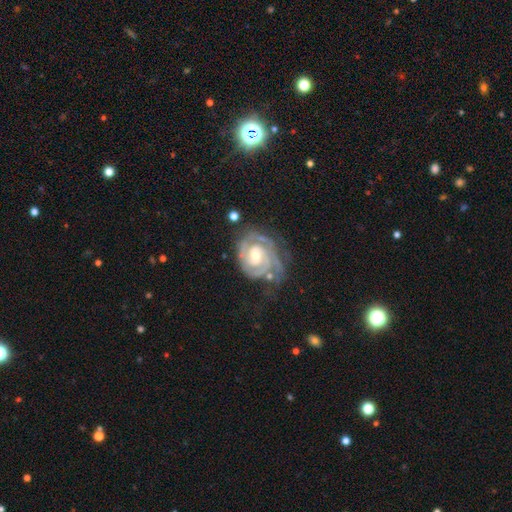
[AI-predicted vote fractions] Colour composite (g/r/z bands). It shows a featured or disk galaxy (90%) with a weak bar (45%), 2 (51%) tight (74%) spiral arms (98%) and a moderate central bulge (59%). Merging: none (61%).